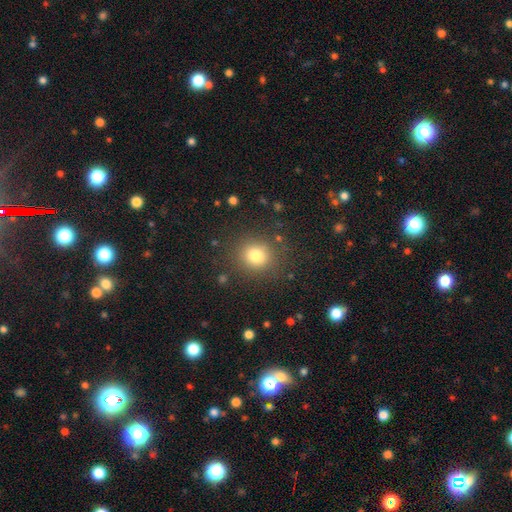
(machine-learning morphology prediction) type=smooth (79%); roundness=round (83%); merging=none (85%).